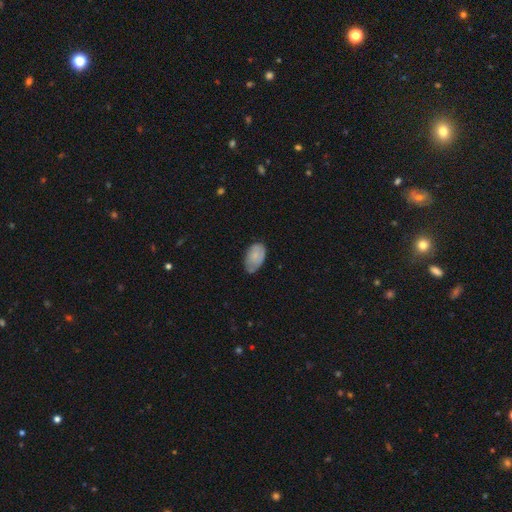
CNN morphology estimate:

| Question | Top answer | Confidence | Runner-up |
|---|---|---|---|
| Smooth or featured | smooth | 72% | featured or disk (21%) |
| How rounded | in between | 92% | round (6%) |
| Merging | none | 51% | minor disturbance (38%) |